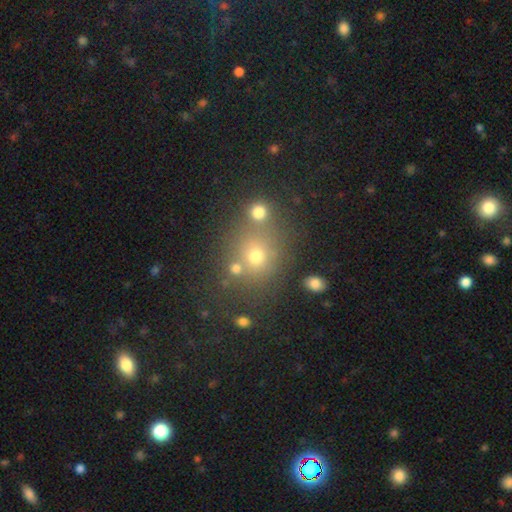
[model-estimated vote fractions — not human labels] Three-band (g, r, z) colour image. It shows a smooth galaxy with no disk features (66%) that is round (79%). Merging: none (63%).